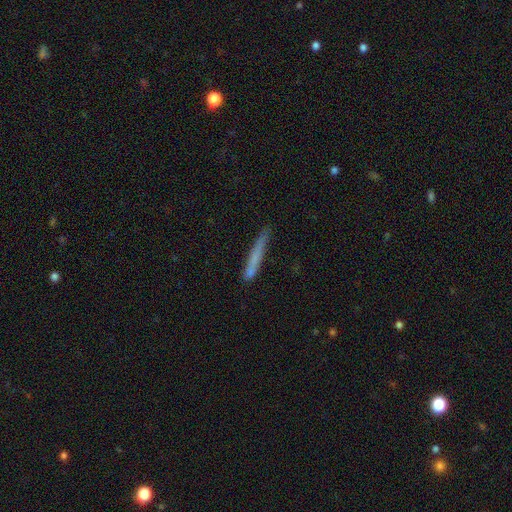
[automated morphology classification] Overall: smooth (67%). How rounded: cigar-shaped (96%). Merging: none (72%).